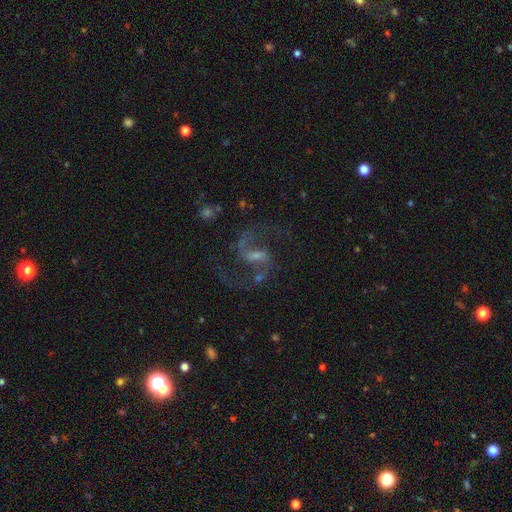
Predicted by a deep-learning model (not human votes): Smooth or featured: featured or disk — 89% (star or artifact — 7%)
Edge-on disk: no — 98% (yes — 2%)
Bar: weak — 53% (strong — 30%)
Spiral arms: yes — 97% (no — 3%)
Spiral winding: medium — 55% (loose — 37%)
Spiral arm count: 2 — 94% (can't tell — 2%)
Bulge size: small — 49% (moderate — 30%)
Merging: none — 74% (minor disturbance — 13%)